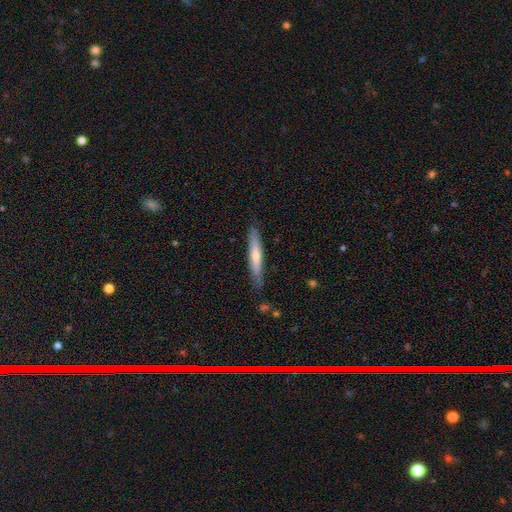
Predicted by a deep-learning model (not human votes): Smooth or featured? Predicted: smooth (p=0.54). How rounded? Predicted: cigar-shaped (p=0.92). Merging? Predicted: none (p=0.84).